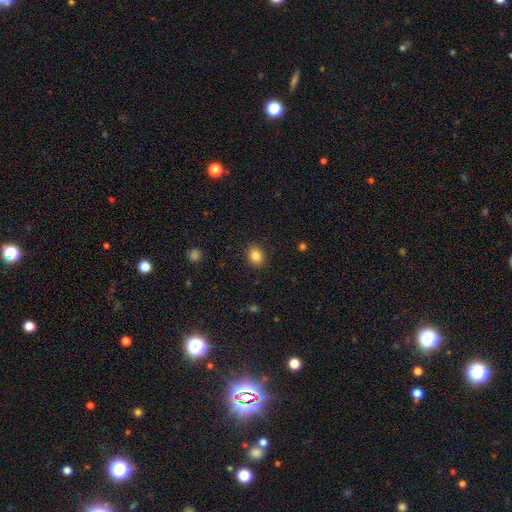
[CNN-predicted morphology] A smooth galaxy with no disk features (84%) that is in between round and cigar-shaped (50%, tied with round). Merging: none (89%).